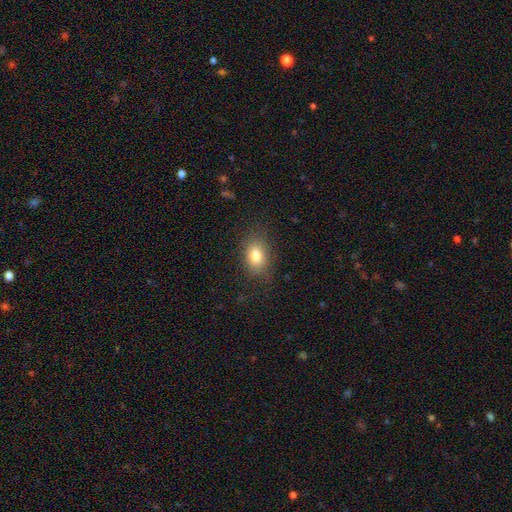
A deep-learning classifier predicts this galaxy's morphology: Q: Smooth or featured?
A: smooth (81%); runner-up: star or artifact (10%)
Q: How rounded?
A: in between (79%); runner-up: round (20%)
Q: Merging?
A: none (81%); runner-up: minor disturbance (14%)